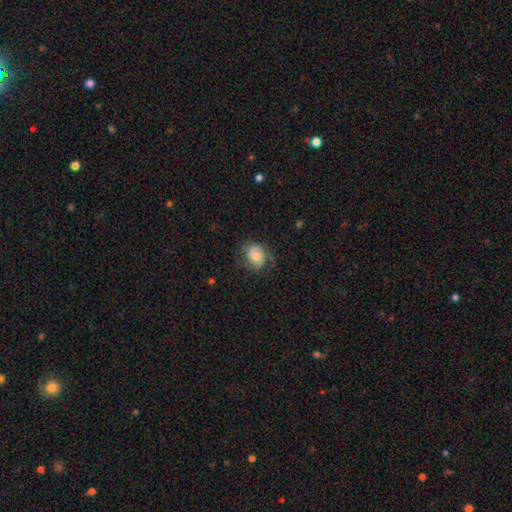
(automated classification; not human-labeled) This is possibly a smooth galaxy (58%). How rounded: possibly round (53%). Merging: possibly none (57%).